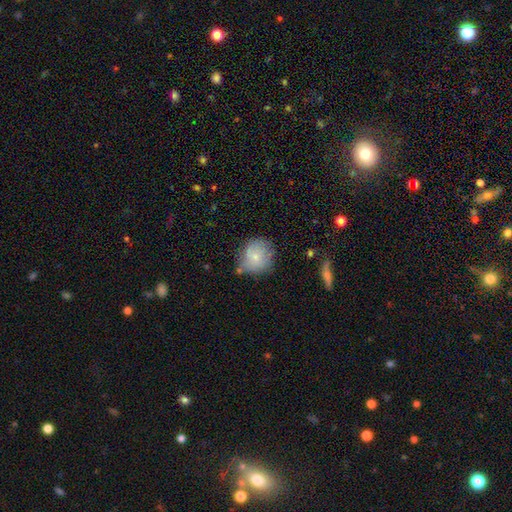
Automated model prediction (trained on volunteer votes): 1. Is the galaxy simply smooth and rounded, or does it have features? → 70% smooth, 22% featured or disk, 8% star or artifact.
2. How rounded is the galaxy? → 83% round, 16% in between, 1% cigar-shaped.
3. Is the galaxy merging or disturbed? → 59% none, 27% minor disturbance, 9% major disturbance, 6% merger.